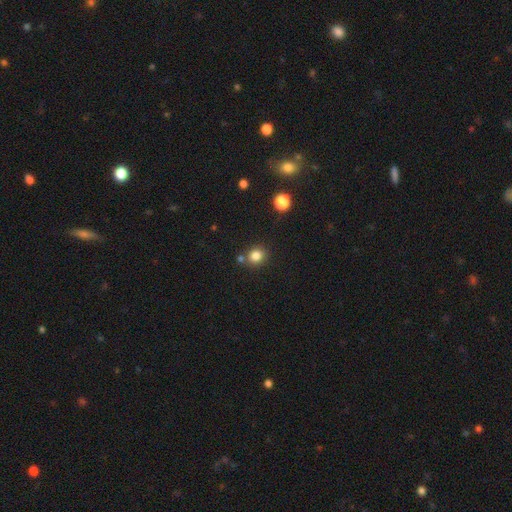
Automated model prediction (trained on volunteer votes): The model was most divided on "how rounded": round: 79%, in between: 20%, cigar-shaped: 1%. More confident: smooth or featured — smooth (82%); merging — none (76%).